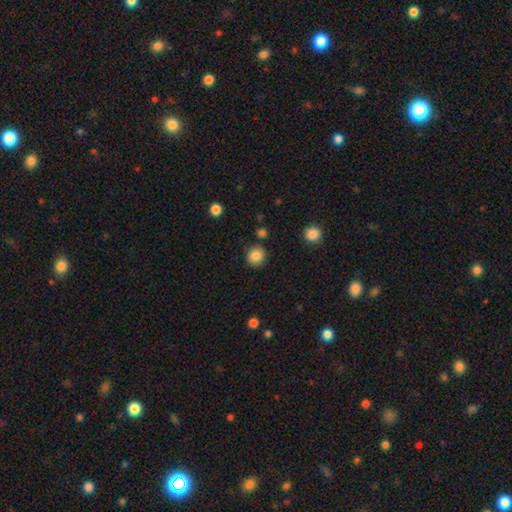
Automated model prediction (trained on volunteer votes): Q: Smooth or featured?
A: smooth (86%); runner-up: star or artifact (9%)
Q: How rounded?
A: round (88%); runner-up: in between (11%)
Q: Merging?
A: none (87%); runner-up: minor disturbance (8%)